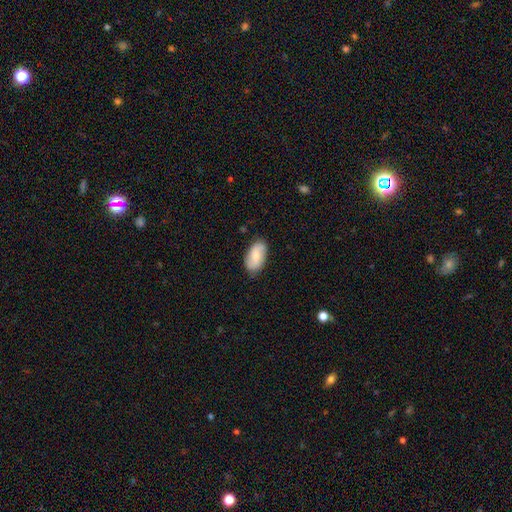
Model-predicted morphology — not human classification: This appears to be a smooth galaxy with no disk features (70%) that is in between round and cigar-shaped (94%). Merging: none (82%).